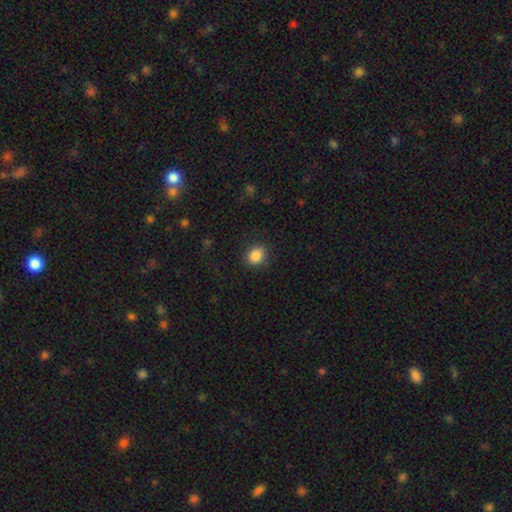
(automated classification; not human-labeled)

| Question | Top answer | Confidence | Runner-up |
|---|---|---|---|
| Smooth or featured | smooth | 86% | star or artifact (9%) |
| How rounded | round | 53% | in between (46%) |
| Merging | none | 84% | minor disturbance (11%) |